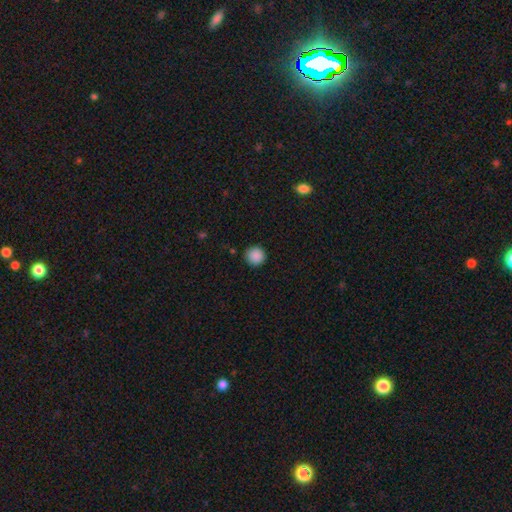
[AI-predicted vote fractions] A smooth galaxy with no disk features (89%) that is round (95%).

Vote fractions:
- Smooth or featured? smooth: 89% / star or artifact: 9% / featured or disk: 2%
- How rounded? round: 95% / in between: 4% / cigar-shaped: 1%
- Merging? none: 91% / minor disturbance: 6% / major disturbance: 2% / merger: 1%